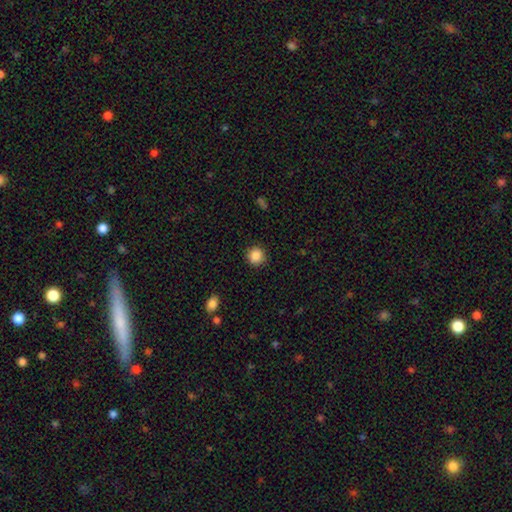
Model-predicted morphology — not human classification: smooth-or-featured: smooth: 87% | star or artifact: 10% | featured or disk: 3%
  how-rounded: round: 91% | in between: 8% | cigar-shaped: 1%
  merging: none: 89% | minor disturbance: 7% | major disturbance: 2% | merger: 1%